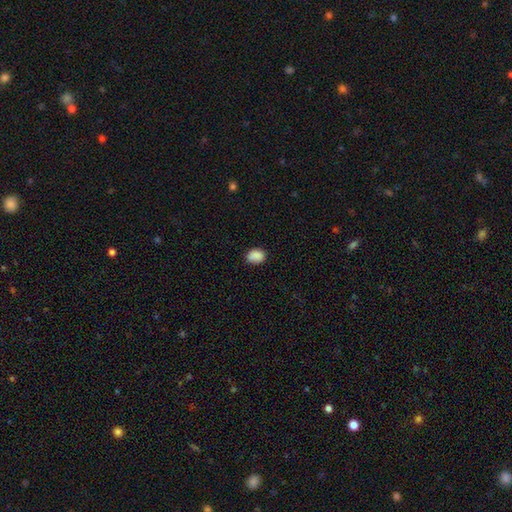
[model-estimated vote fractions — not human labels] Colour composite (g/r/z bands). It shows a smooth galaxy with no disk features (88%) that is in between round and cigar-shaped (70%). Merging: none (83%).